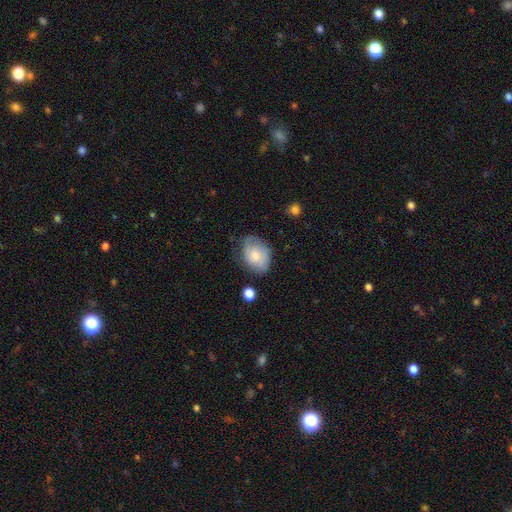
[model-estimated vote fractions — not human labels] Overall: smooth (65%; featured or disk 28%). How rounded: in between (69%; round 30%). Merging: none (55%; minor disturbance 32%).